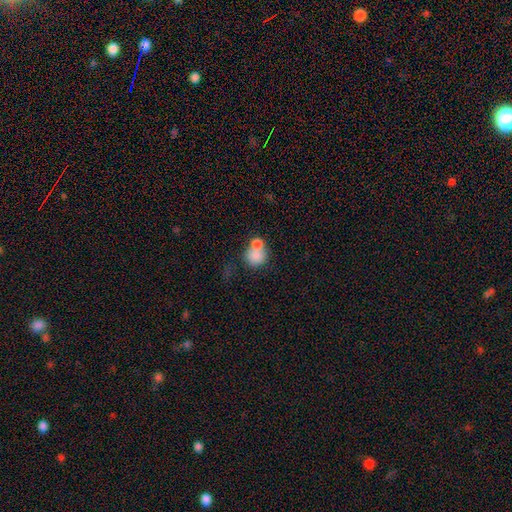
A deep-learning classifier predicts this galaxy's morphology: Smooth or featured?
  - smooth: 77% *
  - featured or disk: 13%
  - star or artifact: 10%
How rounded?
  - round: 73% *
  - in between: 26%
  - cigar-shaped: 1%
Merging?
  - merger: 55% *
  - none: 31%
  - minor disturbance: 9%
  - major disturbance: 6%